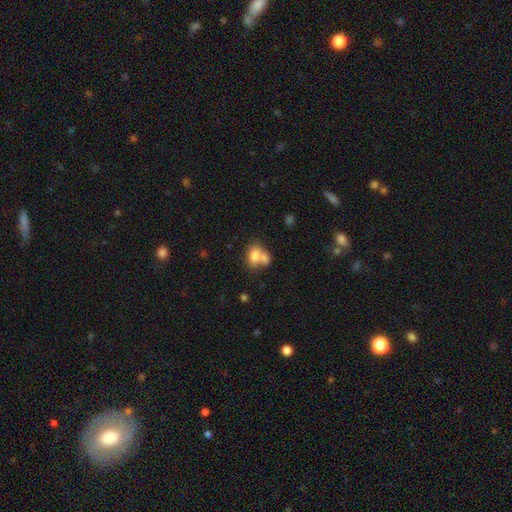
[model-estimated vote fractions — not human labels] The model was most divided on "merging": merger: 56%, none: 29%, minor disturbance: 10%, major disturbance: 5%. More confident: smooth or featured — smooth (77%); how rounded — in between (72%).